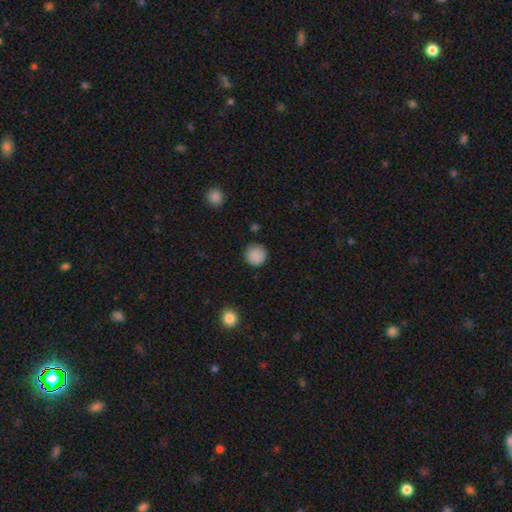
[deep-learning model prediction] Smooth or featured: smooth — 88% (star or artifact — 9%)
How rounded: round — 95% (in between — 5%)
Merging: none — 88% (minor disturbance — 8%)